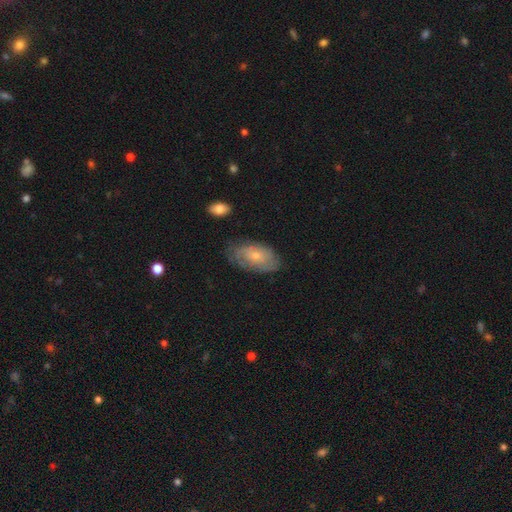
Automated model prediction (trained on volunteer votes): This appears to be a smooth galaxy with no disk features (51%) that is in between round and cigar-shaped (92%). Merging: none (67%).